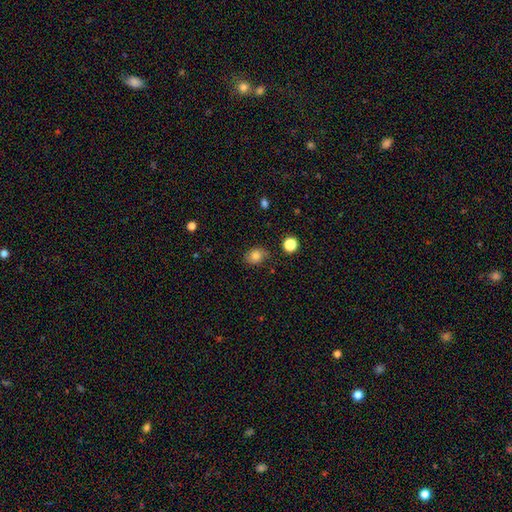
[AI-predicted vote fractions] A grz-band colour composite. It shows a smooth galaxy with no disk features (81%) that is round (53%). Merging: none (78%).